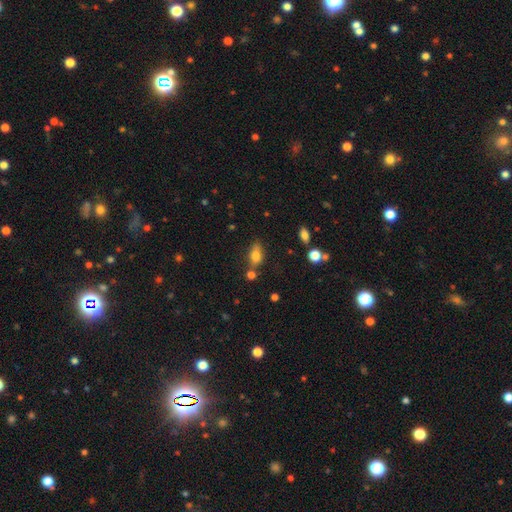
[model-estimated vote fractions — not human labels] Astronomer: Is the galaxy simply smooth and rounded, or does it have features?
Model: smooth — 76%.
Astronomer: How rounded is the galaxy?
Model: in between — 80%.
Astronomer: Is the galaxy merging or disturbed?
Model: none — 59%.